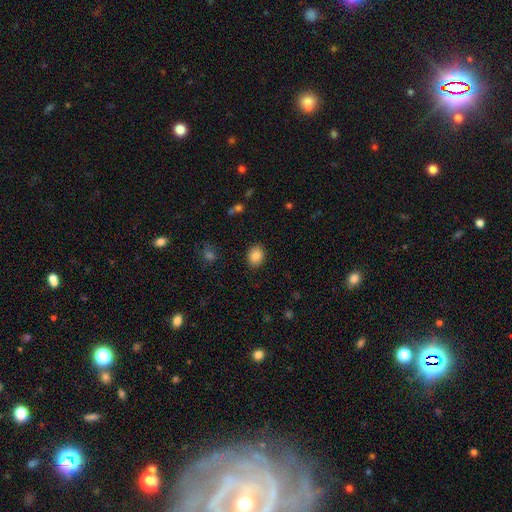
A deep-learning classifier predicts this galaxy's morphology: This is clearly a smooth galaxy (86%). How rounded: likely in between (61%). Merging: clearly none (89%).